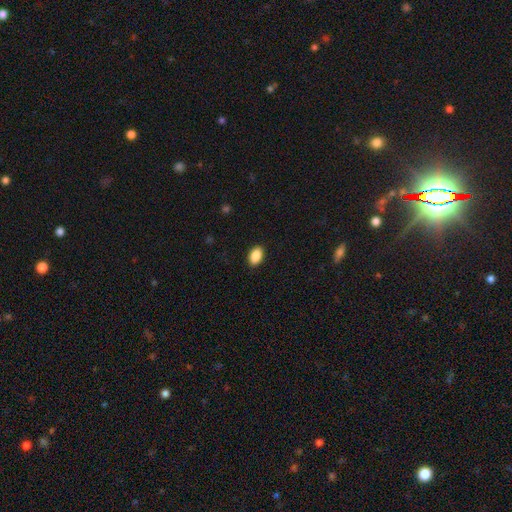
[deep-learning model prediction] smooth 89%, star or artifact 7%, featured or disk 4%. Down the decision tree: how rounded — in between (91%); merging — none (90%).